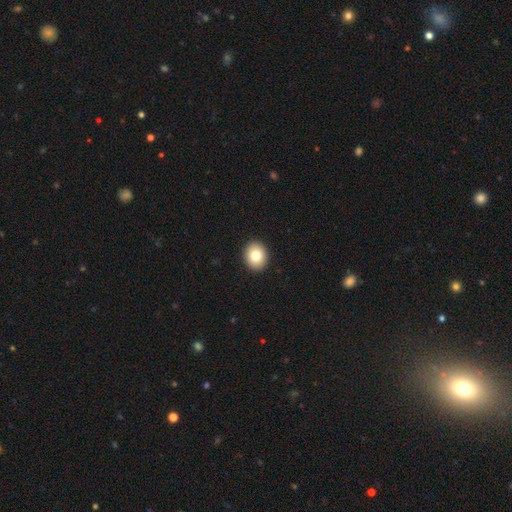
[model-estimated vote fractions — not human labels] This is clearly a smooth galaxy (80%). How rounded: possibly round (58%). Merging: clearly none (92%).